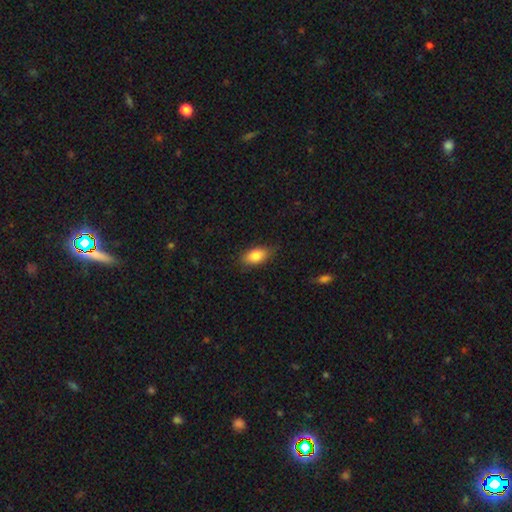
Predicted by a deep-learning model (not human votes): This appears to be a smooth galaxy with no disk features (82%) that is in between round and cigar-shaped (88%). Merging: none (80%).